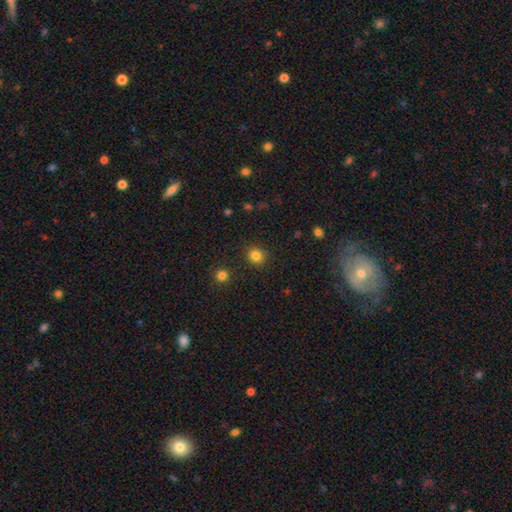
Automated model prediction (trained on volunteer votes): A smooth galaxy with no disk features (83%) that is round (81%).

Vote fractions:
- Smooth or featured? smooth: 83% / star or artifact: 12% / featured or disk: 5%
- How rounded? round: 81% / in between: 18% / cigar-shaped: 1%
- Merging? none: 89% / minor disturbance: 7% / major disturbance: 2% / merger: 2%